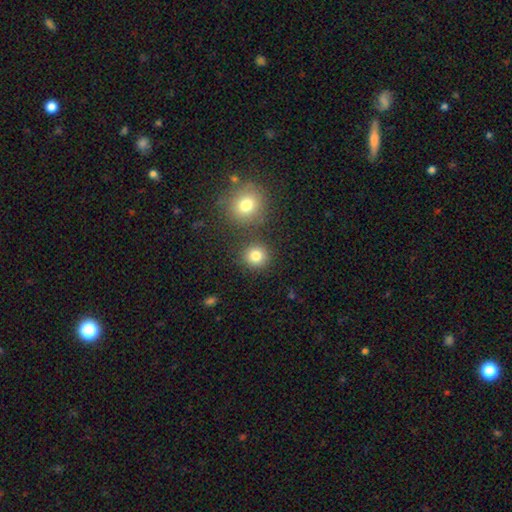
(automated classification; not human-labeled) Q: Smooth or featured?
A: smooth (81%); runner-up: star or artifact (13%)
Q: How rounded?
A: round (90%); runner-up: in between (9%)
Q: Merging?
A: none (81%); runner-up: merger (9%)